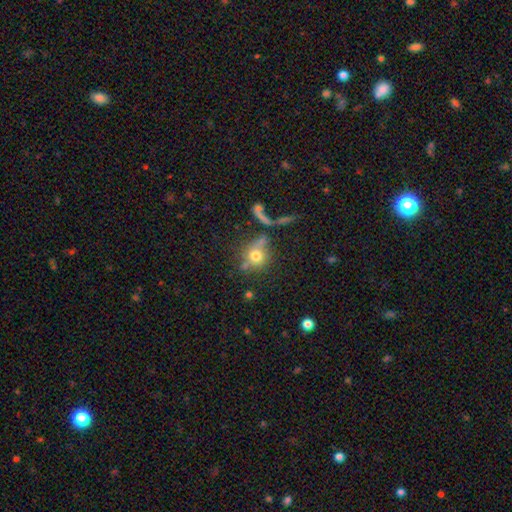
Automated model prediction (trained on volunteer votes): smooth_or_featured: smooth (p=0.68) [alt: featured or disk p=0.18]
how_rounded: round (p=0.78) [alt: in between p=0.19]
merging: none (p=0.47) [alt: merger p=0.22]